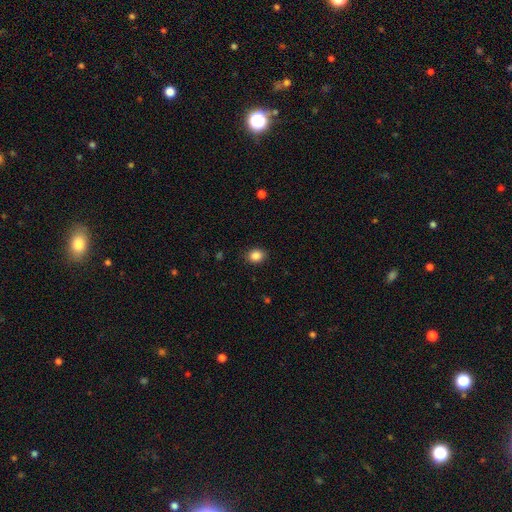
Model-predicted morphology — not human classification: Smooth or featured? smooth (87%)
How rounded? round (50%)
Merging? none (87%)